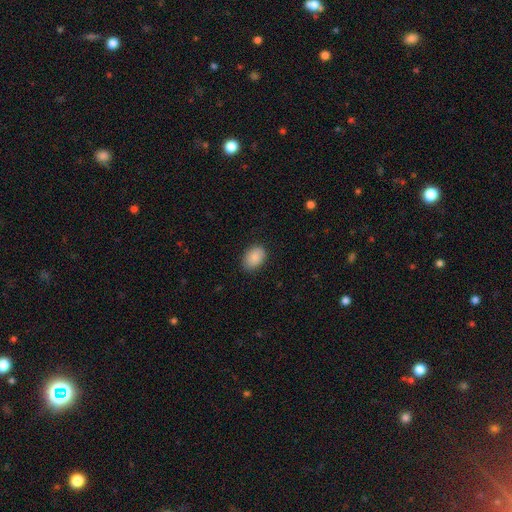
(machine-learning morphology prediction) The model was most divided on "how rounded": in between: 79%, round: 20%, cigar-shaped: 1%. More confident: smooth or featured — smooth (88%); merging — none (86%).